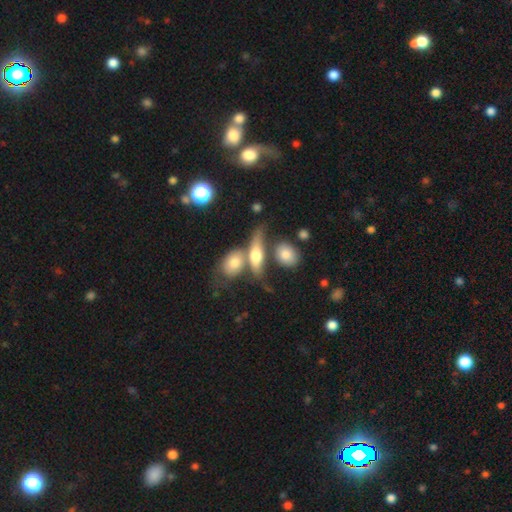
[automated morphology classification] Smooth or featured?
  - smooth: 55% *
  - featured or disk: 37%
  - star or artifact: 8%
How rounded?
  - in between: 53% *
  - cigar-shaped: 39%
  - round: 9%
Merging?
  - none: 41% *
  - merger: 37%
  - minor disturbance: 14%
  - major disturbance: 8%